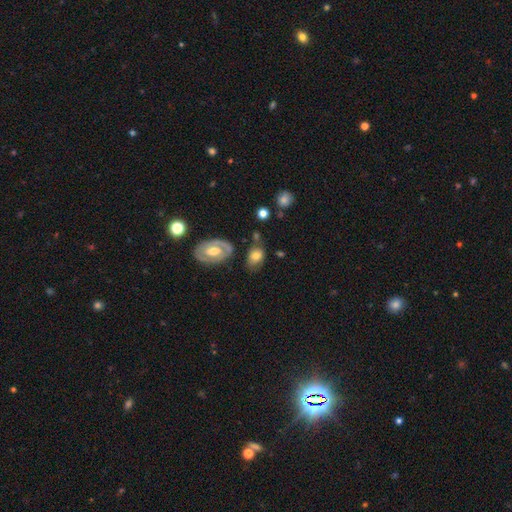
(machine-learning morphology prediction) smooth-or-featured: smooth: 64% | featured or disk: 28% | star or artifact: 8%
  how-rounded: in between: 78% | round: 20% | cigar-shaped: 1%
  merging: none: 57% | minor disturbance: 25% | major disturbance: 10% | merger: 9%